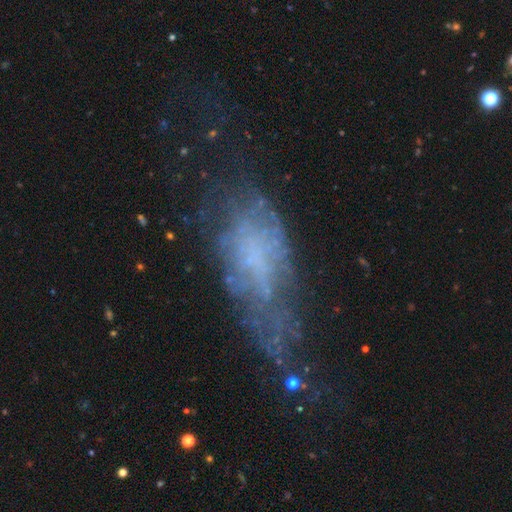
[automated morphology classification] Overall: featured or disk (51%; smooth 33%). Edge-on disk: no (84%). Merging: major disturbance (37%; none 32%).